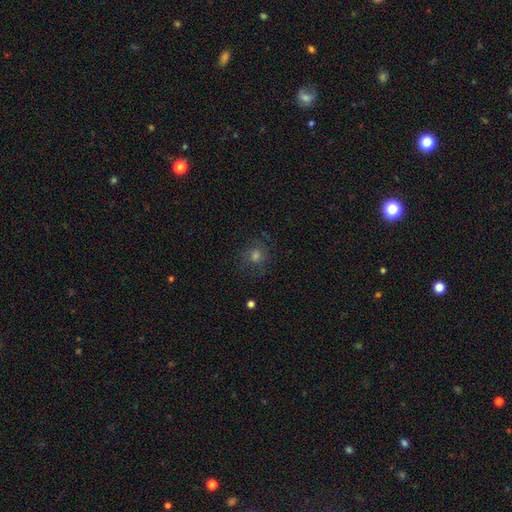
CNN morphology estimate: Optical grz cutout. It shows a smooth galaxy with no disk features (51%) that is round (85%). Merging: none (78%).